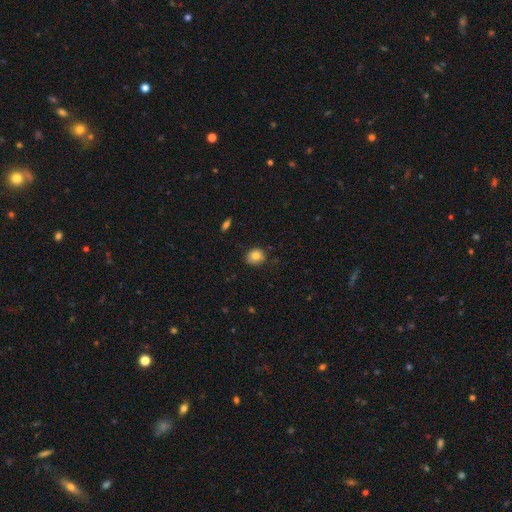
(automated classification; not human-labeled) Smooth or featured: smooth — 80% (featured or disk — 11%)
How rounded: round — 62% (in between — 37%)
Merging: none — 75% (minor disturbance — 20%)